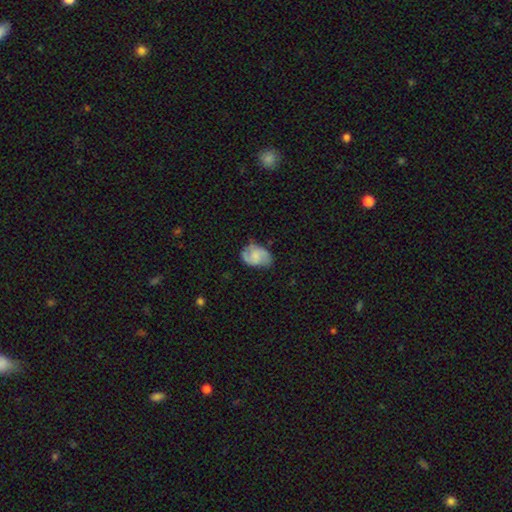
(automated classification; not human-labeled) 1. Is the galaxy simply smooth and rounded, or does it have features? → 57% featured or disk, 36% smooth, 8% star or artifact.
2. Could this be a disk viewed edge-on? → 97% no, 3% yes.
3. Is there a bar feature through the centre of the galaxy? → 58% no, 35% weak, 7% strong.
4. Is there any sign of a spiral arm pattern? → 88% yes, 12% no.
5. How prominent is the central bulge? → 36% none, 35% small, 22% moderate, 5% large, 2% dominant.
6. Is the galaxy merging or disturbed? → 60% none, 27% minor disturbance, 10% major disturbance, 2% merger.